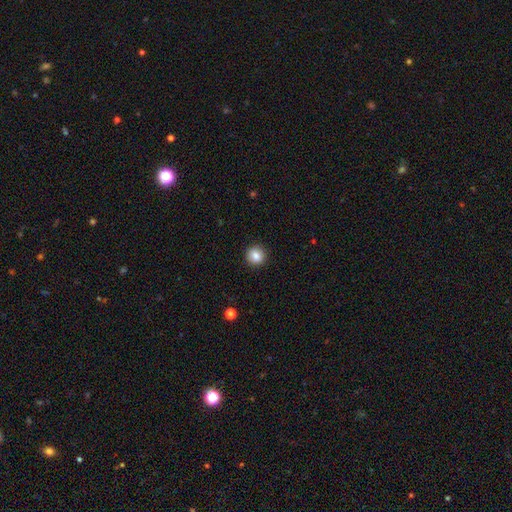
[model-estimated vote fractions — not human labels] A smooth galaxy with no disk features (86%) that is round (91%). Merging: none (92%).